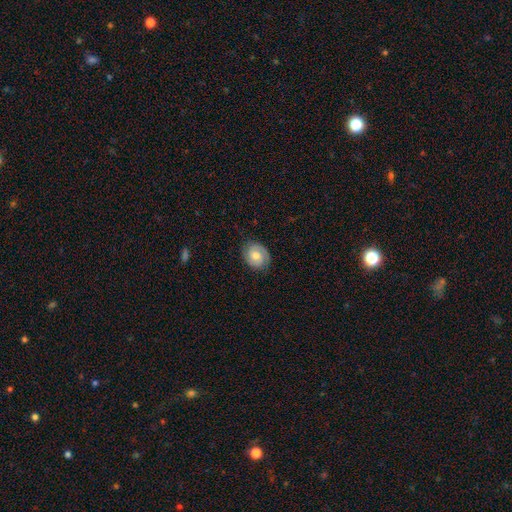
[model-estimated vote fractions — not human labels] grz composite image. It shows a featured or disk galaxy (57%) with no bar (64%), spiral arms (89%) and a moderate central bulge (64%). Merging: none (82%).